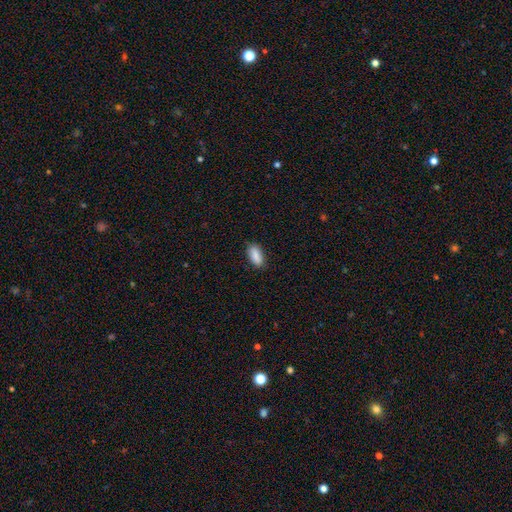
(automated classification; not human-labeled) smooth 89%, star or artifact 7%, featured or disk 4%. Down the decision tree: how rounded — in between (89%); merging — none (84%).